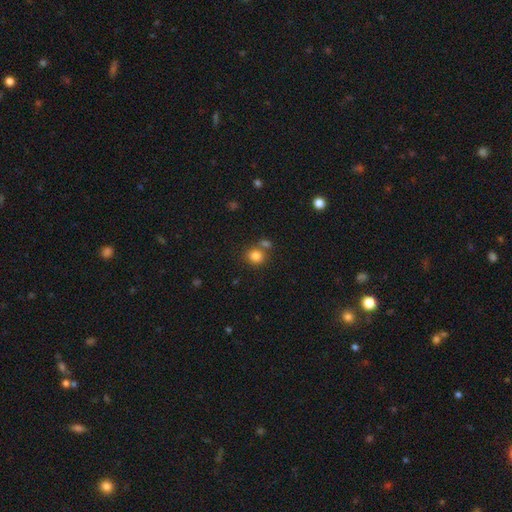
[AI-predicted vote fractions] smooth 83%, star or artifact 11%, featured or disk 6%. Down the decision tree: how rounded — round (82%); merging — none (67%).